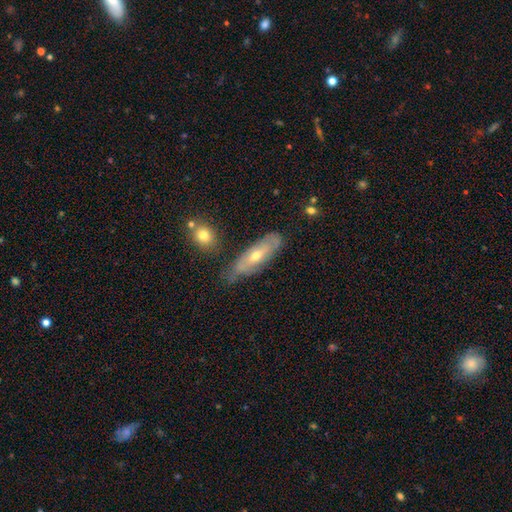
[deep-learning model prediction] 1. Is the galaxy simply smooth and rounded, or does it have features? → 57% featured or disk, 35% smooth, 8% star or artifact.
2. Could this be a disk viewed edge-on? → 67% no, 33% yes.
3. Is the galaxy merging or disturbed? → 68% none, 24% minor disturbance, 5% major disturbance, 4% merger.